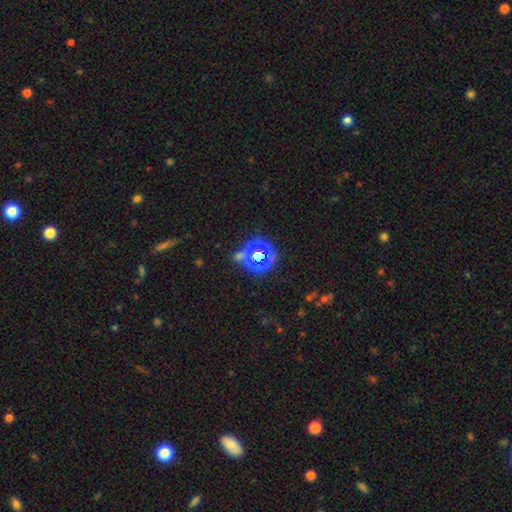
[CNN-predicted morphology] Q: Smooth or featured?
A: star or artifact (55%); runner-up: smooth (38%)